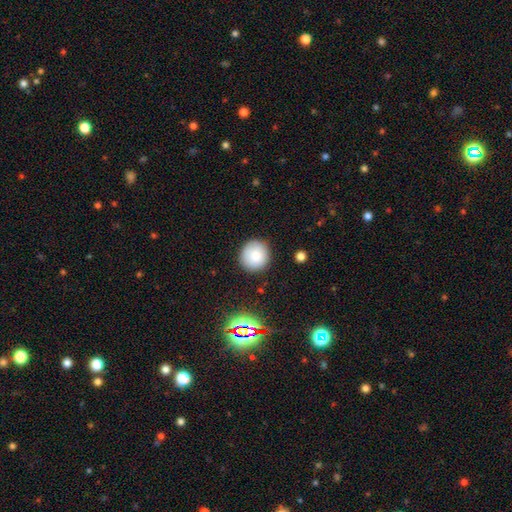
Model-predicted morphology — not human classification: Smooth or featured?
  - smooth: 82% *
  - star or artifact: 10%
  - featured or disk: 7%
How rounded?
  - round: 92% *
  - in between: 8%
  - cigar-shaped: 1%
Merging?
  - none: 88% *
  - minor disturbance: 8%
  - major disturbance: 2%
  - merger: 1%